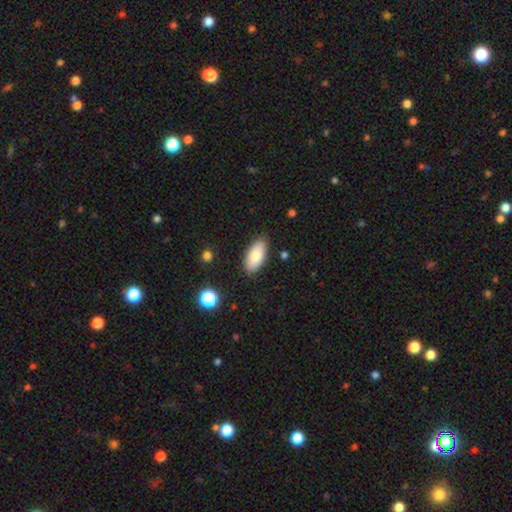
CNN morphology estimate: A smooth galaxy with no disk features (79%) that is in between round and cigar-shaped (92%).

Vote fractions:
- Smooth or featured? smooth: 79% / featured or disk: 14% / star or artifact: 7%
- How rounded? in between: 92% / cigar-shaped: 6% / round: 3%
- Merging? none: 85% / minor disturbance: 11% / major disturbance: 2% / merger: 2%